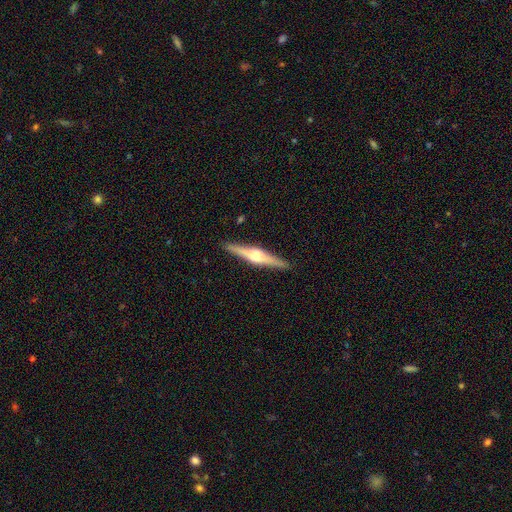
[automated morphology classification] smooth_or_featured: featured or disk (p=0.77) [alt: smooth p=0.18]
disk_edge_on: yes (p=0.98) [alt: no p=0.02]
edge_on_bulge: rounded (p=0.90) [alt: boxy p=0.08]
merging: none (p=0.91) [alt: minor disturbance p=0.06]